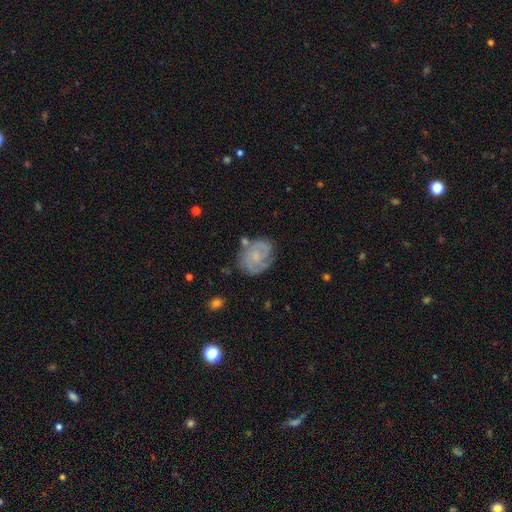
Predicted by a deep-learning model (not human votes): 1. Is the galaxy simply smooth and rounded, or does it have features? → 70% featured or disk, 23% smooth, 7% star or artifact.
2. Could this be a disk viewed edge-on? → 98% no, 2% yes.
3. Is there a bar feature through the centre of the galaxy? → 71% no, 26% weak, 3% strong.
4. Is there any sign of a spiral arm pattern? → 88% yes, 12% no.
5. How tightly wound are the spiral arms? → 53% tight, 35% medium, 12% loose.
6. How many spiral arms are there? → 38% 2, 29% can't tell, 19% 3, 5% 1, 5% 4, 4% more than 4.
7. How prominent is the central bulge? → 58% small, 21% moderate, 18% none, 2% large, 1% dominant.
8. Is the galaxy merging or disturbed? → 68% none, 20% minor disturbance, 8% major disturbance, 4% merger.